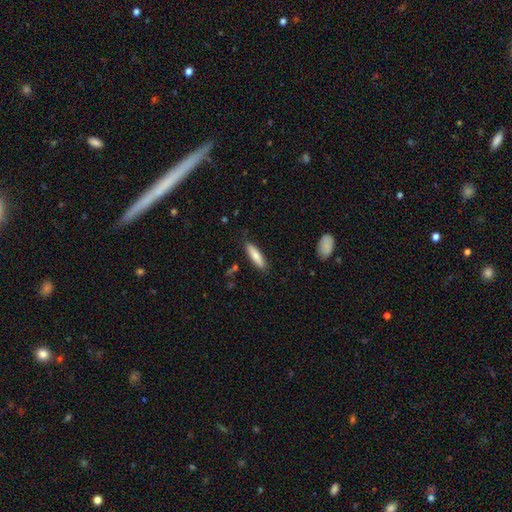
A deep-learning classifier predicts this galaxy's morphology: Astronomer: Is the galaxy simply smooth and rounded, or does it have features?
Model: smooth — 76%.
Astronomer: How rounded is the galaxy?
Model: cigar-shaped — 65%.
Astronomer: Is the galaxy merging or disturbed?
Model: none — 86%.